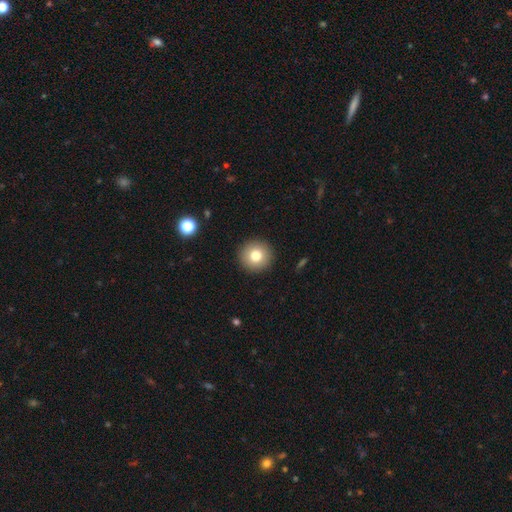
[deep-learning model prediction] This appears to be a smooth galaxy with no disk features (78%) that is round (95%). Merging: none (92%).